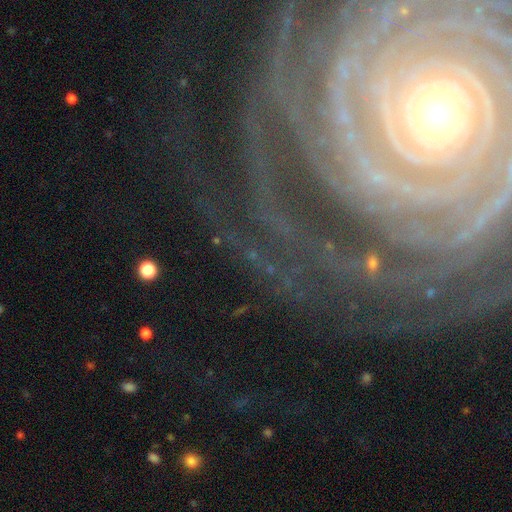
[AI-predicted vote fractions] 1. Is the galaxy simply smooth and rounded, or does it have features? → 72% featured or disk, 17% star or artifact, 11% smooth.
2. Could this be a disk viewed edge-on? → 93% no, 7% yes.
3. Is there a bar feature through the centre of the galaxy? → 43% strong, 29% weak, 29% no.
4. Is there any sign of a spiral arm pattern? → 93% yes, 7% no.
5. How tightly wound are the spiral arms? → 69% tight, 24% medium, 7% loose.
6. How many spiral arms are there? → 23% can't tell, 21% 2, 18% 3, 14% 4, 13% more than 4, 12% 1.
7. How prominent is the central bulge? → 61% small, 26% moderate, 5% large, 5% none, 3% dominant.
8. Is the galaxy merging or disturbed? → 74% none, 14% minor disturbance, 8% major disturbance, 3% merger.